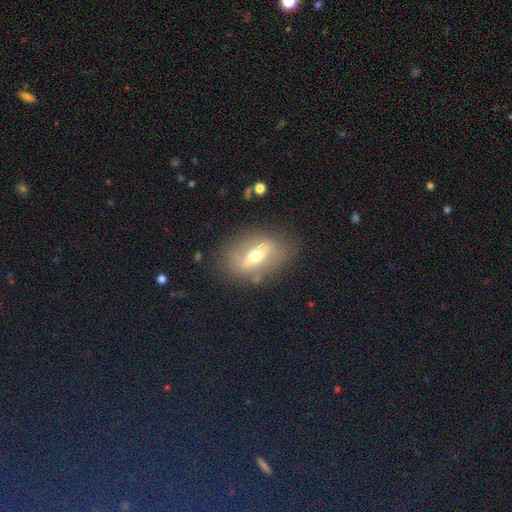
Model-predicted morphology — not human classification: A featured or disk galaxy (64%). Merging: none (77%).